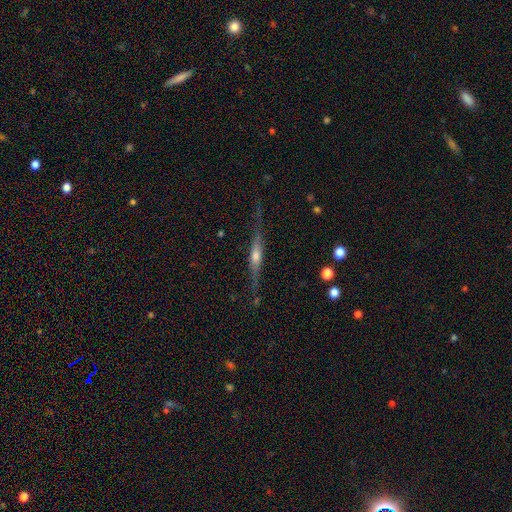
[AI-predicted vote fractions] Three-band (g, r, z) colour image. It shows a featured or disk galaxy (74%) viewed edge-on (96%) with a rounded central bulge (79%). Merging: none (76%).